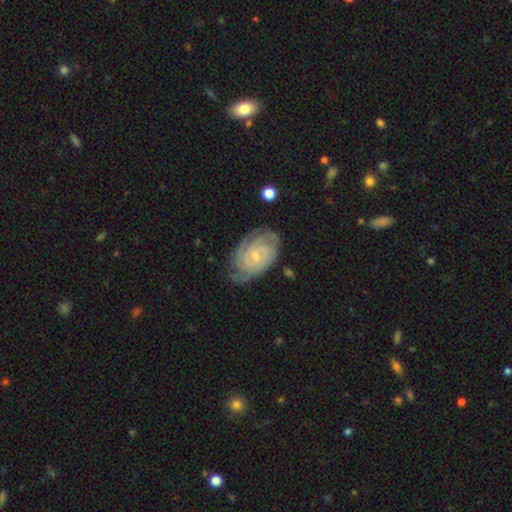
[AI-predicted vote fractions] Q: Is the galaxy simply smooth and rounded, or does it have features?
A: featured or disk — 84%.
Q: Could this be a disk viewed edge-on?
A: no — 97%.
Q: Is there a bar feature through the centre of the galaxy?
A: no — 55%.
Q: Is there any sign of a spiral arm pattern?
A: yes — 97%.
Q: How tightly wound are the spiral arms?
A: tight — 73%.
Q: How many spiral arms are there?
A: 2 — 30%.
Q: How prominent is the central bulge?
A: small — 72%.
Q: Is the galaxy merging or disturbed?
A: none — 70%.